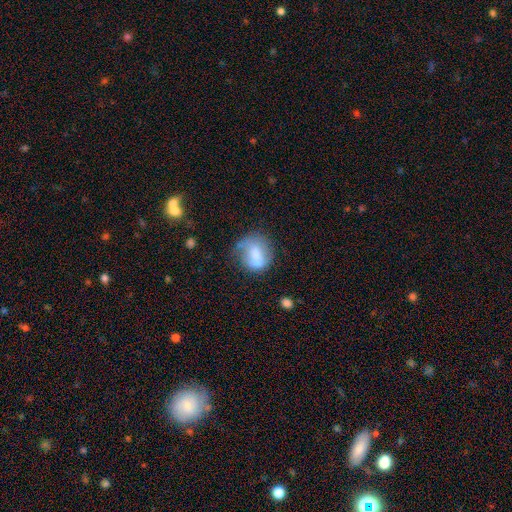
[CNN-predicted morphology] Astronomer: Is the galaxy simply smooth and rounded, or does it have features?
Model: smooth — 60%.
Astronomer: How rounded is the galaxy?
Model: round — 69%.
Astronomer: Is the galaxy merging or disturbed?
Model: none — 46% (runner-up: minor disturbance, 29%).